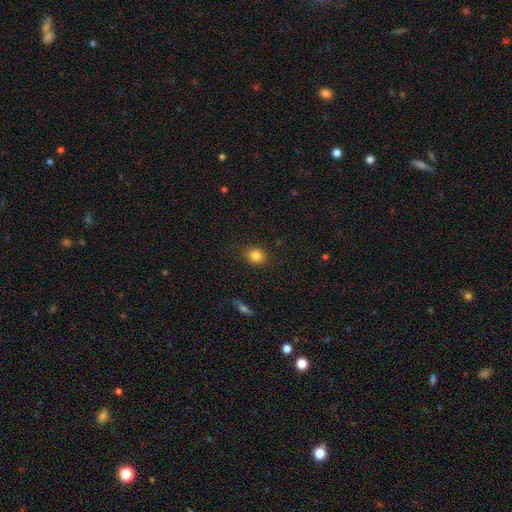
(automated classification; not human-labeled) Overall: smooth (83%). How rounded: round (65%; in between 34%). Merging: none (87%).